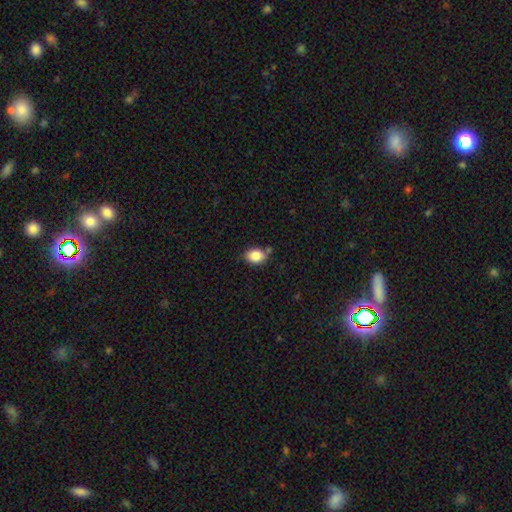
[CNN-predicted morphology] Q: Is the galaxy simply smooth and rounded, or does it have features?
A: smooth — 86%.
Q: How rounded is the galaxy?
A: in between — 64%.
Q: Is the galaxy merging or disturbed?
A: none — 72%.